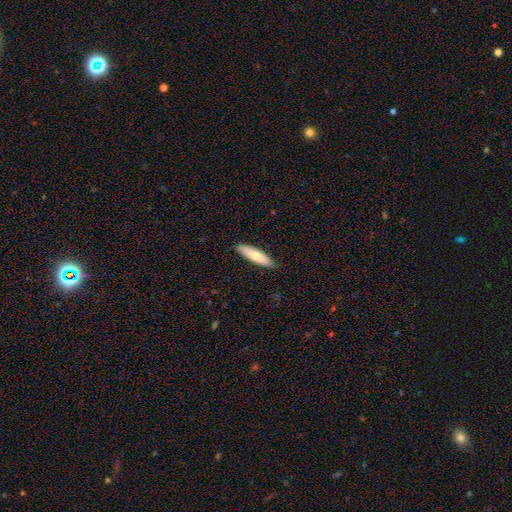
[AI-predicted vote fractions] Smooth or featured? Predicted: smooth (p=0.73). How rounded? Predicted: cigar-shaped (p=0.67). Merging? Predicted: none (p=0.87).